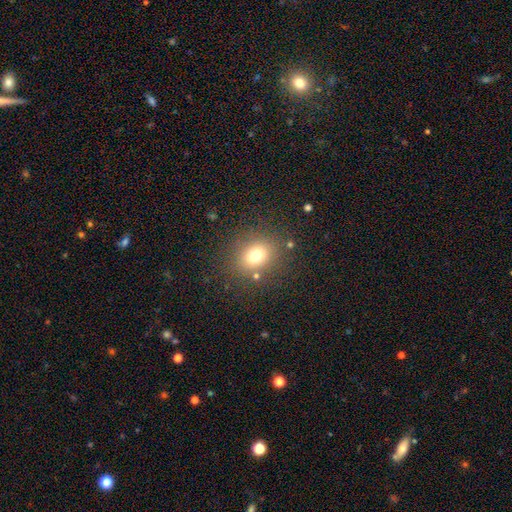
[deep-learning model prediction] Smooth or featured? Predicted: smooth (p=0.73). How rounded? Predicted: round (p=0.66). Merging? Predicted: none (p=0.81).